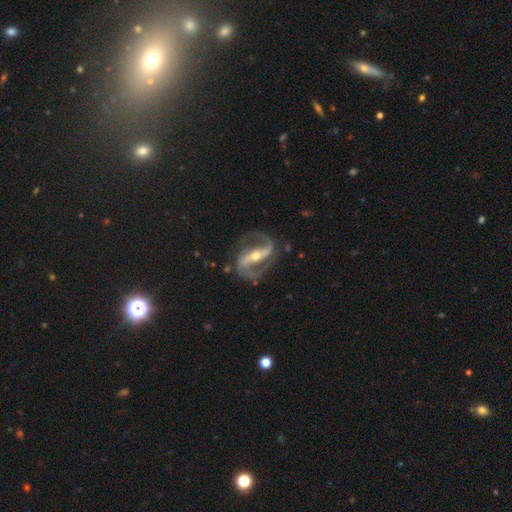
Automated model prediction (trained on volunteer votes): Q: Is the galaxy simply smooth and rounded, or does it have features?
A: featured or disk — 92%.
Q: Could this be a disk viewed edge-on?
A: no — 96%.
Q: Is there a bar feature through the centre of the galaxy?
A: strong — 70%.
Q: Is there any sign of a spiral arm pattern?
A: yes — 97%.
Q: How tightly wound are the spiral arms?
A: medium — 55%.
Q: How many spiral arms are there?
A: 2 — 93%.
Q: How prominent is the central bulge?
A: moderate — 50%.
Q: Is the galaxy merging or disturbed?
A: none — 80%.